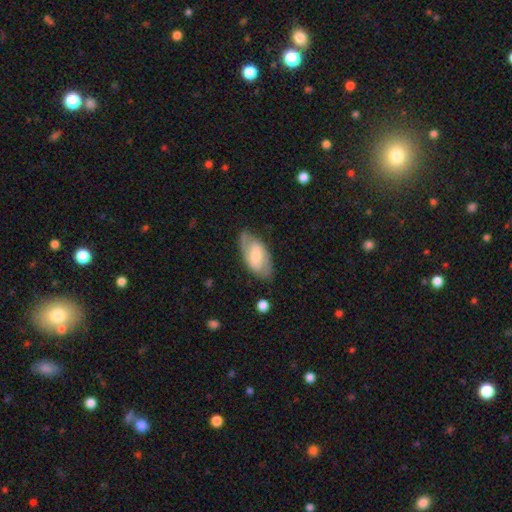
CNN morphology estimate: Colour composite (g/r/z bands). It shows a featured or disk galaxy (47%, tied with smooth). Merging: none (70%).